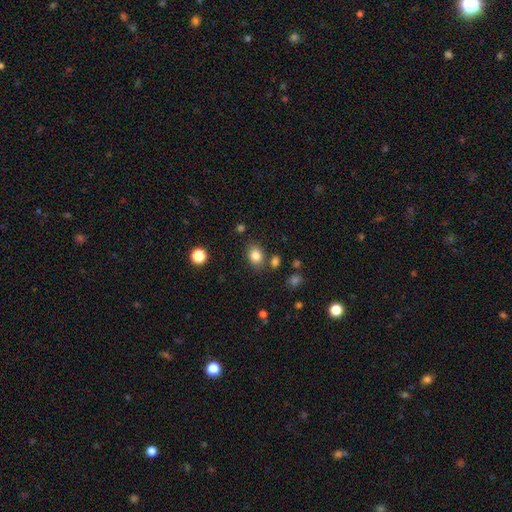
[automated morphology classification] Smooth or featured: smooth — 83% (star or artifact — 11%)
How rounded: in between — 56% (round — 43%)
Merging: none — 78% (minor disturbance — 12%)